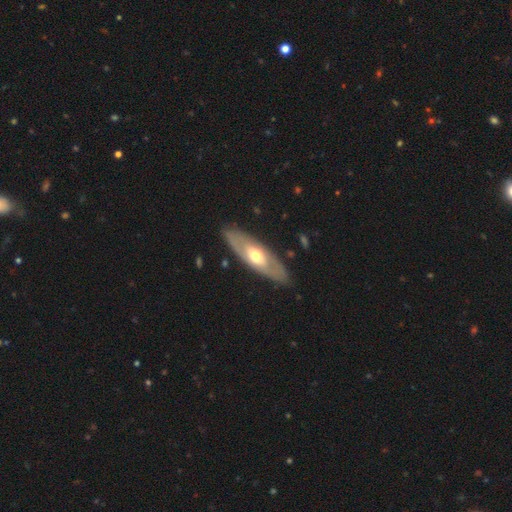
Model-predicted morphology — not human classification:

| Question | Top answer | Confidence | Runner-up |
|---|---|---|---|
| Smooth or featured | featured or disk | 58% | smooth (37%) |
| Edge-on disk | no | 69% | yes (31%) |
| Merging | none | 85% | minor disturbance (10%) |